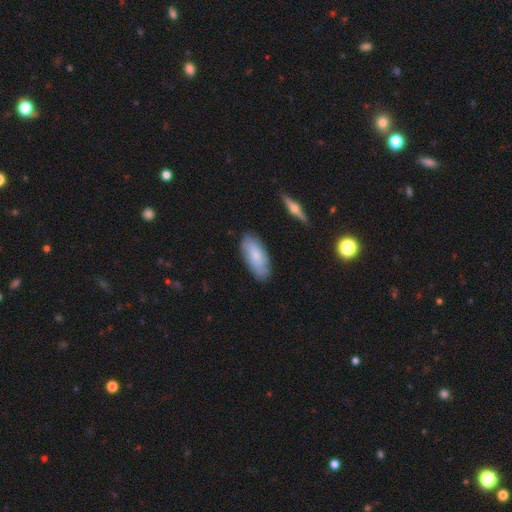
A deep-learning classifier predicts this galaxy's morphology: Overall: smooth (65%; featured or disk 29%). How rounded: in between (85%). Merging: none (80%).